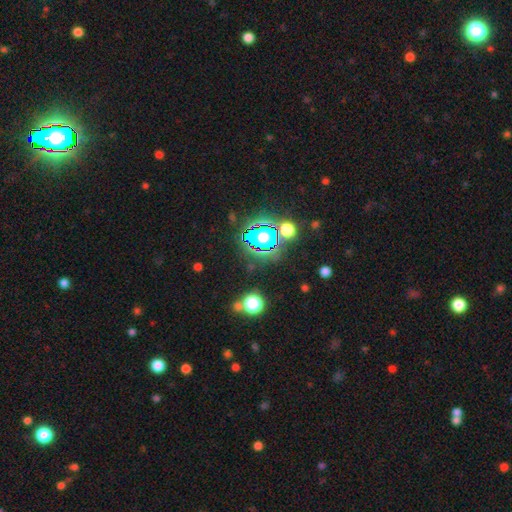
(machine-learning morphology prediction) type=star or artifact (82%).